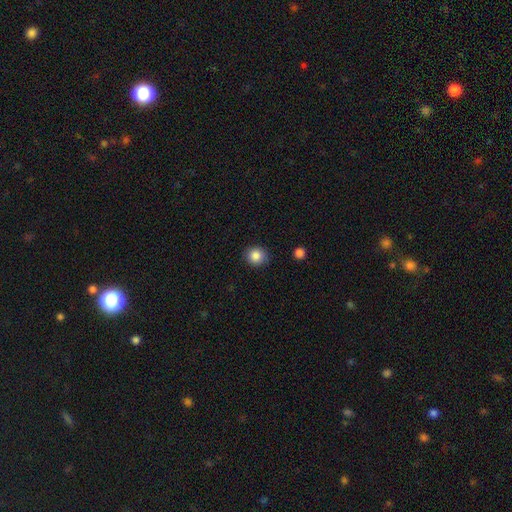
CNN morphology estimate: A smooth galaxy with no disk features (86%) that is round (85%). Merging: none (88%).